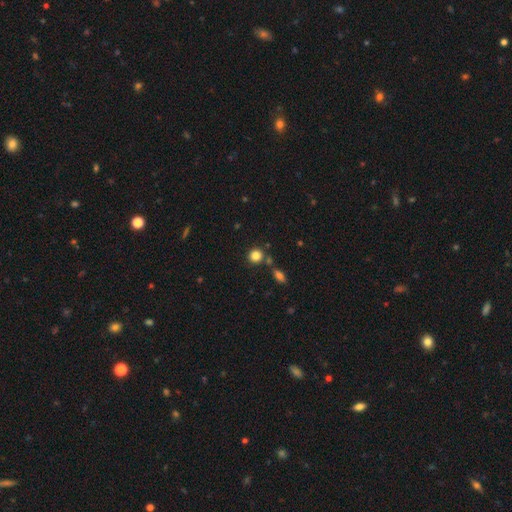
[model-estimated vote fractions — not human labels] A smooth galaxy with no disk features (83%) that is round (87%).

Vote fractions:
- Smooth or featured? smooth: 83% / star or artifact: 11% / featured or disk: 6%
- How rounded? round: 87% / in between: 12% / cigar-shaped: 1%
- Merging? none: 77% / merger: 11% / minor disturbance: 9% / major disturbance: 3%